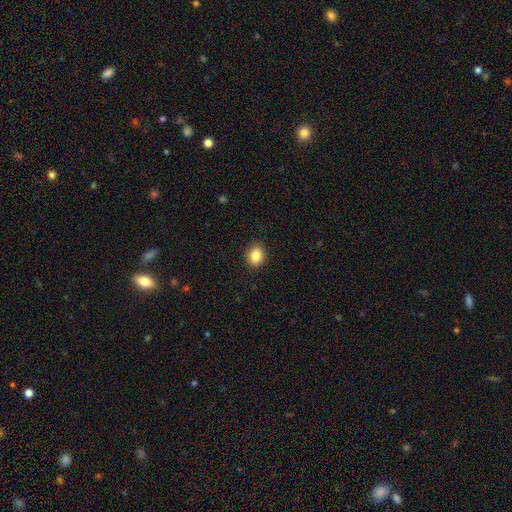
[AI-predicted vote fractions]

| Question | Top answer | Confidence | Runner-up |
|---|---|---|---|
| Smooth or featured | smooth | 85% | star or artifact (10%) |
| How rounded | round | 61% | in between (39%) |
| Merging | none | 91% | minor disturbance (7%) |